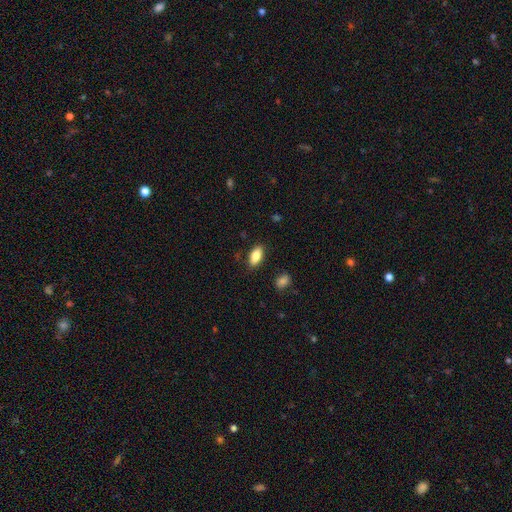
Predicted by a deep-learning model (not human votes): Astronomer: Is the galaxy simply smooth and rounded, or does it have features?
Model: smooth — 83%.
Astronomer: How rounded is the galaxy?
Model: in between — 89%.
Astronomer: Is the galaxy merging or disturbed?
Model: none — 86%.